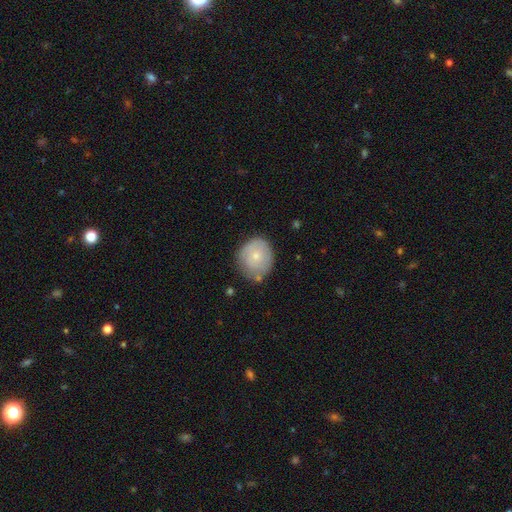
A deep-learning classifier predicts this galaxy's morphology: Smooth or featured: smooth — 62% (featured or disk — 31%)
How rounded: round — 75% (in between — 24%)
Merging: none — 65% (minor disturbance — 25%)